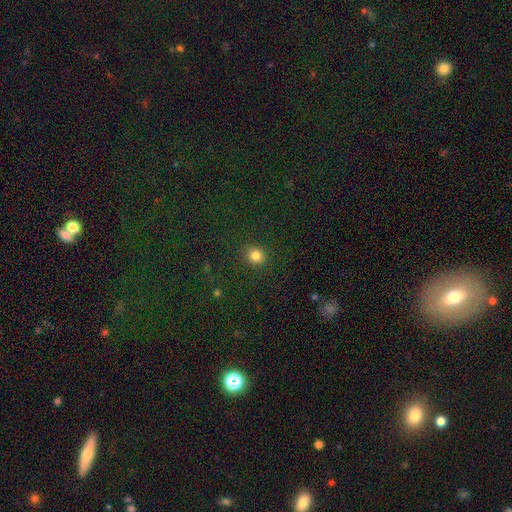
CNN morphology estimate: The model was most divided on "how rounded": round: 82%, in between: 17%, cigar-shaped: 1%. More confident: merging — none (90%); smooth or featured — smooth (83%).